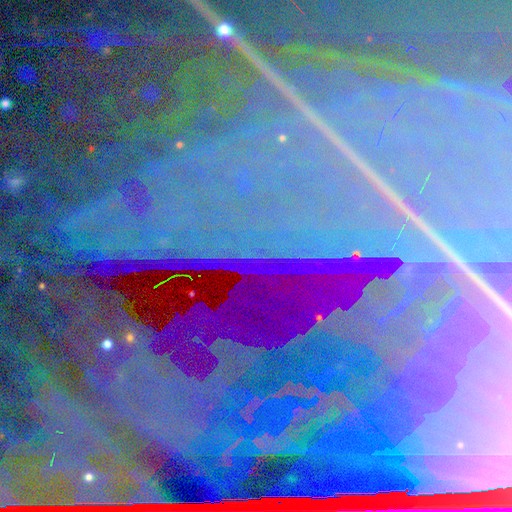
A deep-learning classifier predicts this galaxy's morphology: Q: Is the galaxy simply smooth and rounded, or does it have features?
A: star or artifact — 88%.